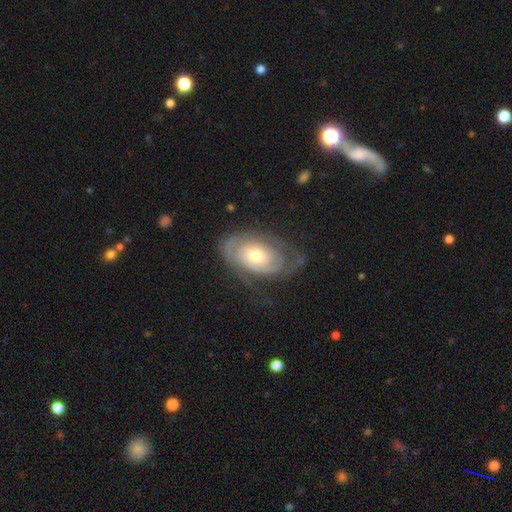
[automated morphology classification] smooth-or-featured: featured or disk: 69% | smooth: 25% | star or artifact: 6%
  disk-edge-on: no: 94% | yes: 6%
    bar: no: 80% | weak: 17% | strong: 4%
    has-spiral-arms: yes: 73% | no: 27%
    bulge-size: moderate: 69% | small: 20% | large: 9% | dominant: 1% | none: 1%
  merging: none: 58% | minor disturbance: 24% | major disturbance: 17% | merger: 1%